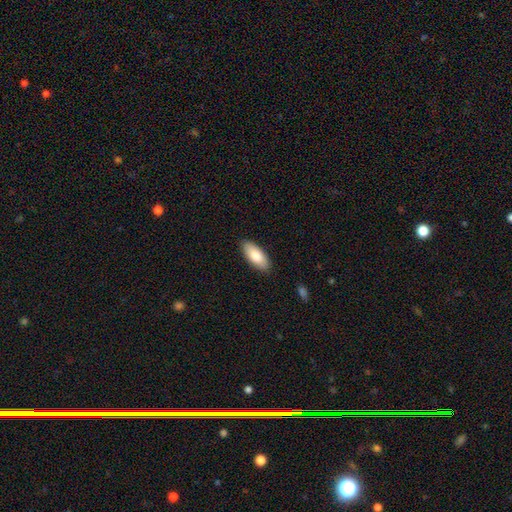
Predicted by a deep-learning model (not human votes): Smooth or featured?
  - smooth: 84% *
  - featured or disk: 11%
  - star or artifact: 5%
How rounded?
  - in between: 82% *
  - cigar-shaped: 16%
  - round: 2%
Merging?
  - none: 87% *
  - minor disturbance: 10%
  - major disturbance: 2%
  - merger: 1%